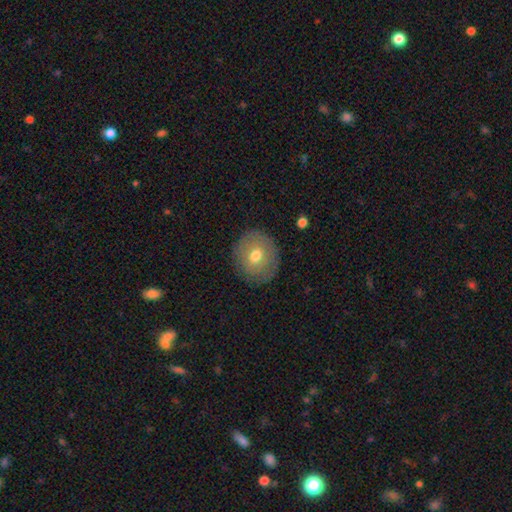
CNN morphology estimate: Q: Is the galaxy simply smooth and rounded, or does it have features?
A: smooth — 66%.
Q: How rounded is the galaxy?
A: round — 80%.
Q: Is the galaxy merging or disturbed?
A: none — 85%.